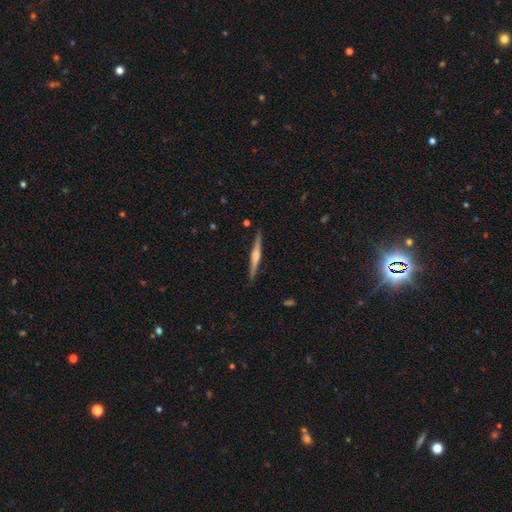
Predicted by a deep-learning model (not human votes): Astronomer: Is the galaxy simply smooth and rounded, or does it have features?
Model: featured or disk — 67%.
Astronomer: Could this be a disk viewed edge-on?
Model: yes — 98%.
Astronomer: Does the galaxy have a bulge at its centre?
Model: rounded — 70%.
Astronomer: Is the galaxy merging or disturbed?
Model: none — 90%.